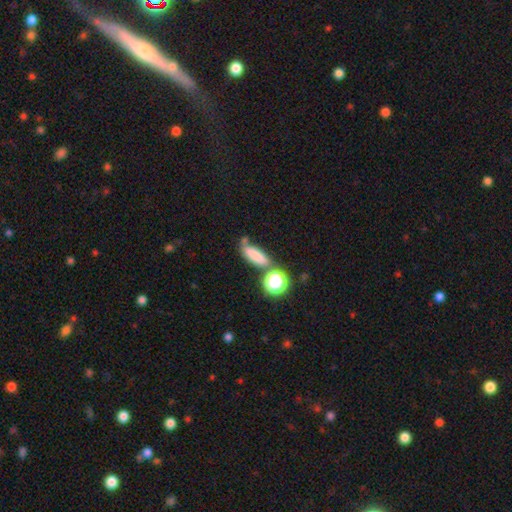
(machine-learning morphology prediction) Q: Smooth or featured?
A: smooth (78%); runner-up: star or artifact (12%)
Q: How rounded?
A: in between (55%); runner-up: cigar-shaped (34%)
Q: Merging?
A: none (56%); runner-up: merger (20%)